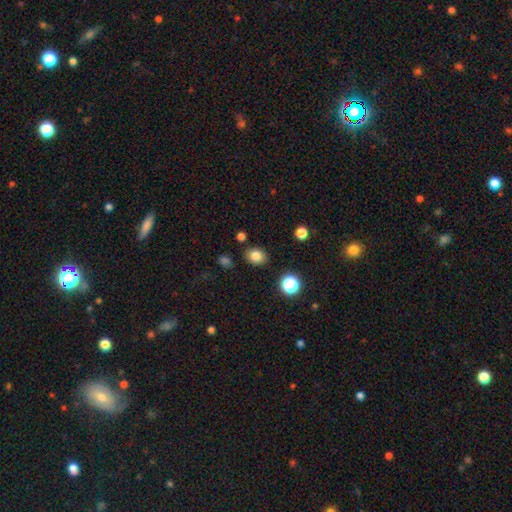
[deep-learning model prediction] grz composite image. It shows a smooth galaxy with no disk features (80%) that is round (51%). Merging: none (85%).